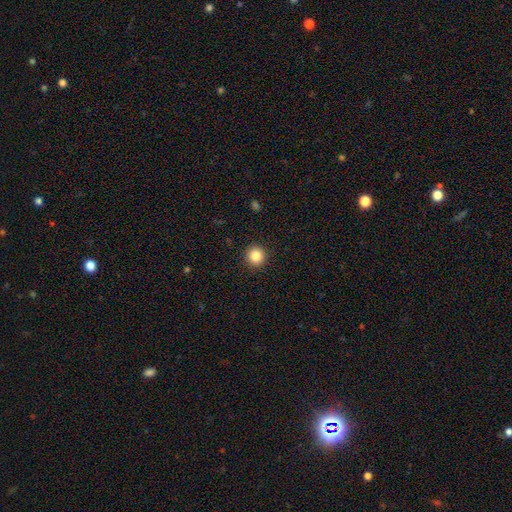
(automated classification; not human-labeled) The model was most divided on "smooth or featured": smooth: 85%, star or artifact: 10%, featured or disk: 5%. More confident: how rounded — round (95%); merging — none (92%).